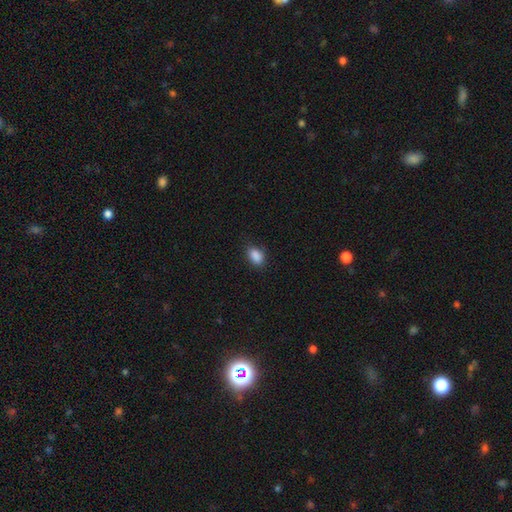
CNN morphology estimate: Smooth or featured?
  - smooth: 89% *
  - star or artifact: 8%
  - featured or disk: 3%
How rounded?
  - in between: 86% *
  - round: 12%
  - cigar-shaped: 2%
Merging?
  - none: 81% *
  - minor disturbance: 14%
  - major disturbance: 3%
  - merger: 1%